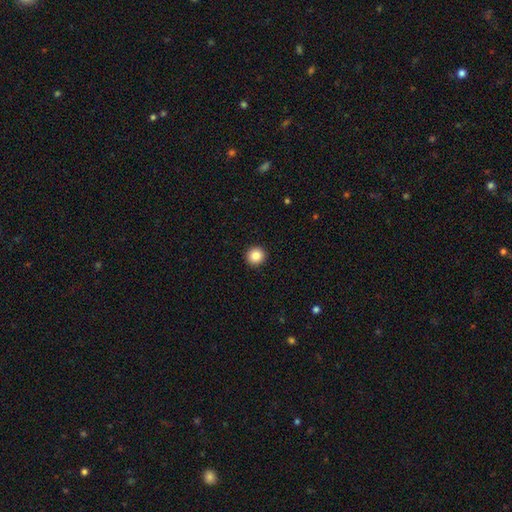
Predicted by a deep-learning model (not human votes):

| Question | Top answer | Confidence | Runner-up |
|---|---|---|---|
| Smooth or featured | smooth | 84% | star or artifact (10%) |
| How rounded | round | 95% | in between (4%) |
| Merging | none | 94% | minor disturbance (4%) |